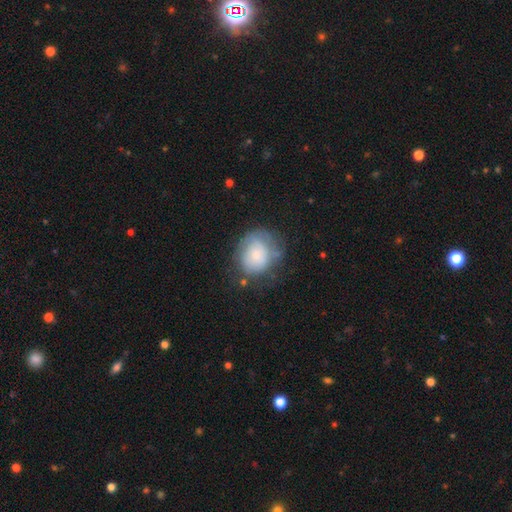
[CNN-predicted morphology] Smooth or featured: smooth — 58% (featured or disk — 33%)
How rounded: round — 63% (in between — 36%)
Merging: none — 49% (minor disturbance — 29%)